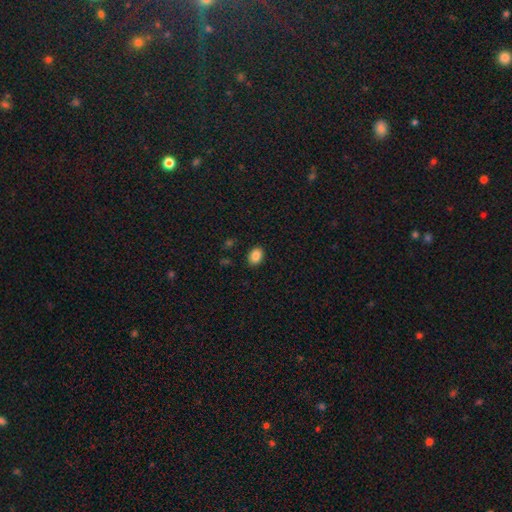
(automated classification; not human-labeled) Smooth or featured? Predicted: smooth (p=0.87). How rounded? Predicted: in between (p=0.71). Merging? Predicted: none (p=0.89).